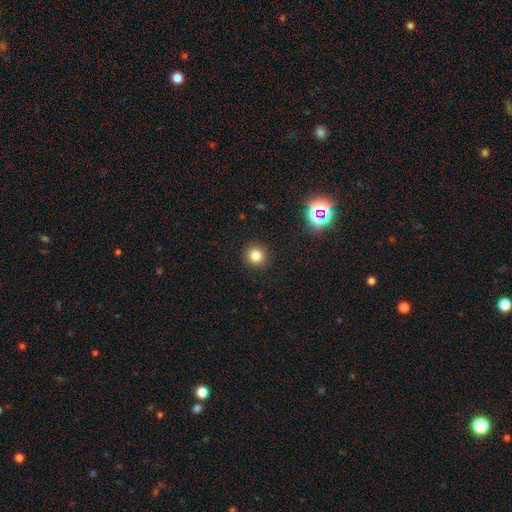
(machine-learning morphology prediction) Smooth or featured?
  - smooth: 79% *
  - star or artifact: 16%
  - featured or disk: 5%
How rounded?
  - round: 94% *
  - in between: 5%
  - cigar-shaped: 1%
Merging?
  - none: 92% *
  - minor disturbance: 5%
  - major disturbance: 2%
  - merger: 1%